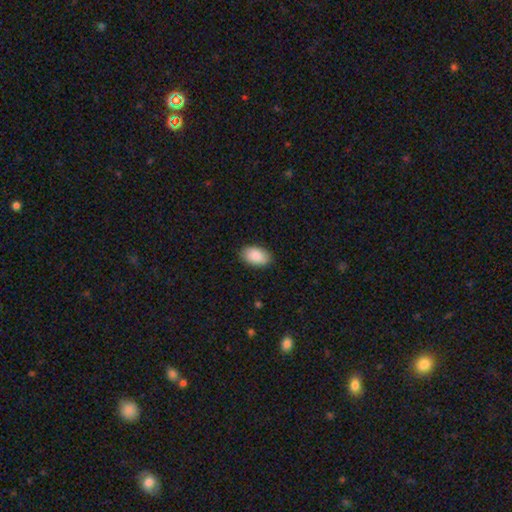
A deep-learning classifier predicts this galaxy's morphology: smooth 90%, star or artifact 6%, featured or disk 4%. Down the decision tree: how rounded — in between (94%); merging — none (87%).